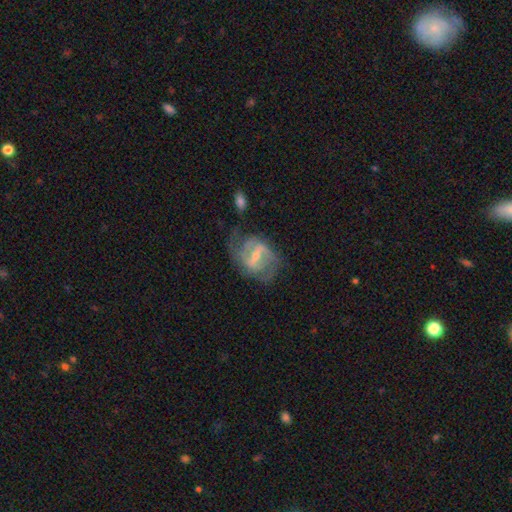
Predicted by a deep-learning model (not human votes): smooth_or_featured: featured or disk (p=0.83) [alt: smooth p=0.10]
disk_edge_on: no (p=0.96) [alt: yes p=0.04]
bar: strong (p=0.49) [alt: weak p=0.42]
has_spiral_arms: yes (p=0.91) [alt: no p=0.09]
spiral_winding: medium (p=0.48) [alt: tight p=0.27]
spiral_arm_count: 2 (p=0.72) [alt: can't tell p=0.14]
bulge_size: small (p=0.53) [alt: moderate p=0.36]
merging: none (p=0.60) [alt: minor disturbance p=0.22]